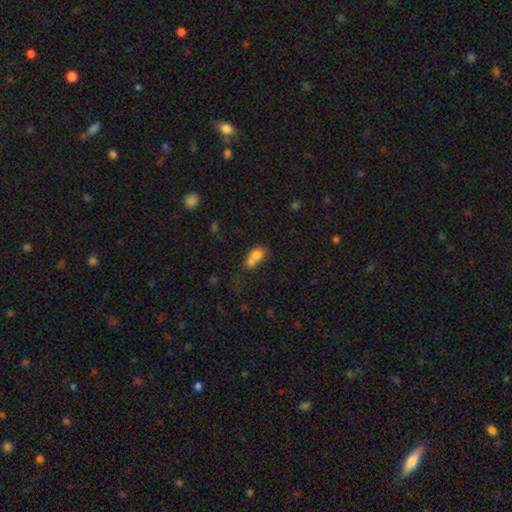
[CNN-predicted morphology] smooth-or-featured: smooth: 73% | featured or disk: 16% | star or artifact: 11%
  how-rounded: in between: 54% | round: 44% | cigar-shaped: 2%
  merging: merger: 65% | none: 22% | minor disturbance: 8% | major disturbance: 5%